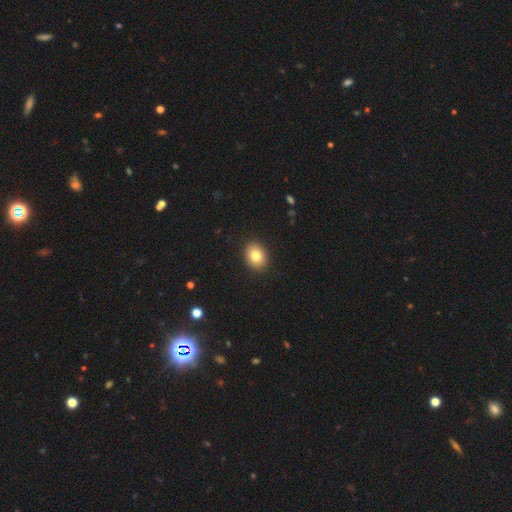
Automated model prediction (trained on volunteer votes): The model was most divided on "how rounded": in between: 57%, round: 42%, cigar-shaped: 1%. More confident: merging — none (91%); smooth or featured — smooth (82%).